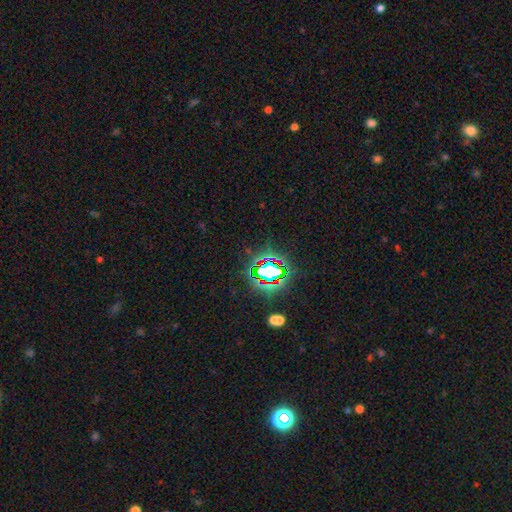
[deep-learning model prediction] The model was most divided on "smooth or featured": star or artifact: 81%, smooth: 11%, featured or disk: 8%.